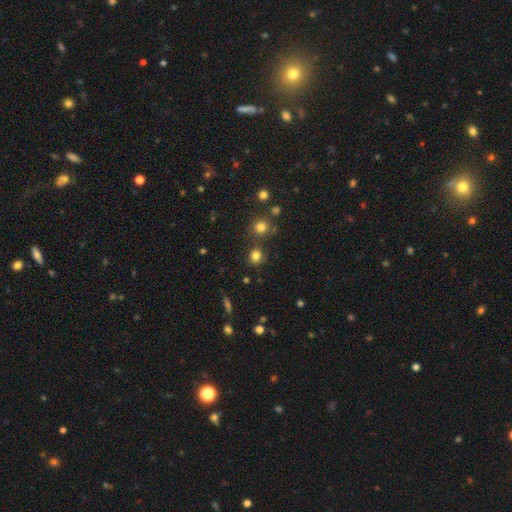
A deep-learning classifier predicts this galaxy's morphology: type=smooth (79%); roundness=round (82%); merging=none (79%).